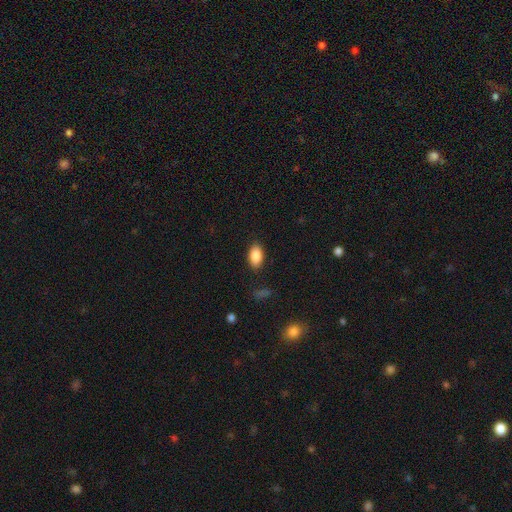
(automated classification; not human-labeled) smooth-or-featured: smooth: 87% | star or artifact: 7% | featured or disk: 5%
  how-rounded: in between: 91% | round: 7% | cigar-shaped: 2%
  merging: none: 86% | minor disturbance: 10% | major disturbance: 3% | merger: 1%